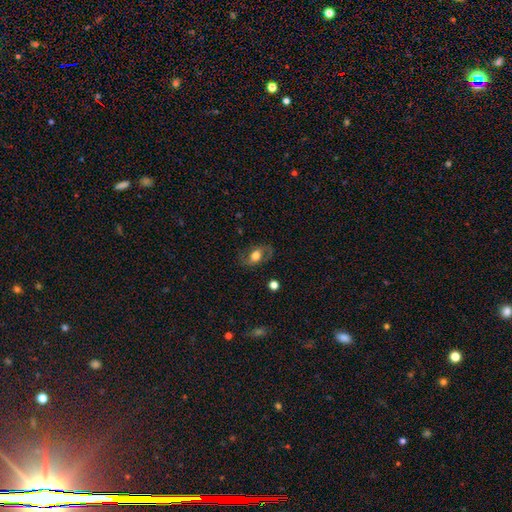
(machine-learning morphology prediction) Overall: smooth (48%; featured or disk 44%). Merging: none (71%).